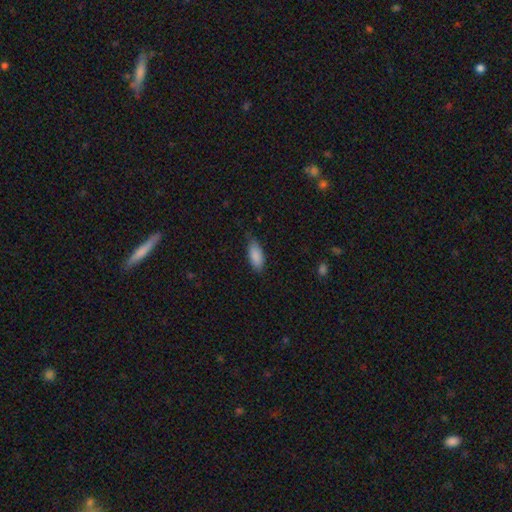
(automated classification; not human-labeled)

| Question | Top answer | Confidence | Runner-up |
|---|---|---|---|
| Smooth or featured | smooth | 88% | star or artifact (6%) |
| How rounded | in between | 85% | cigar-shaped (14%) |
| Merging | none | 74% | minor disturbance (22%) |